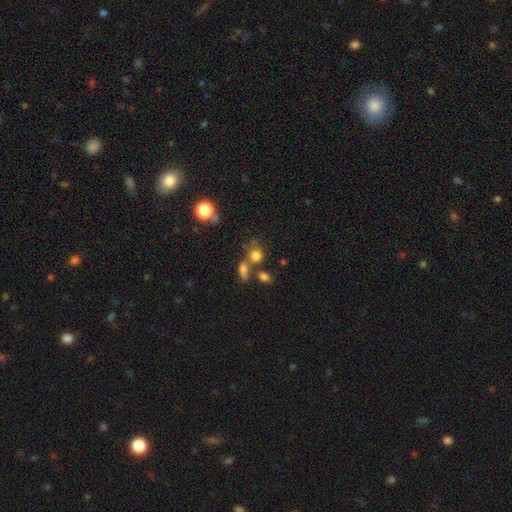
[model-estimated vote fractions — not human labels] Smooth or featured? Predicted: smooth (p=0.76). How rounded? Predicted: round (p=0.75). Merging? Predicted: none (p=0.49).